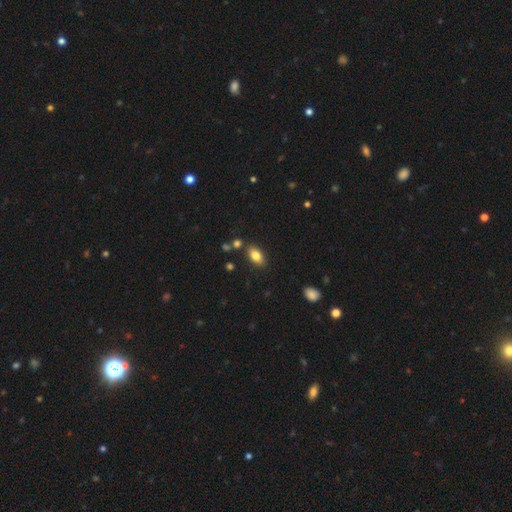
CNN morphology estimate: smooth-or-featured: smooth: 81% | featured or disk: 11% | star or artifact: 8%
  how-rounded: in between: 90% | round: 6% | cigar-shaped: 4%
  merging: none: 82% | minor disturbance: 11% | merger: 5% | major disturbance: 2%